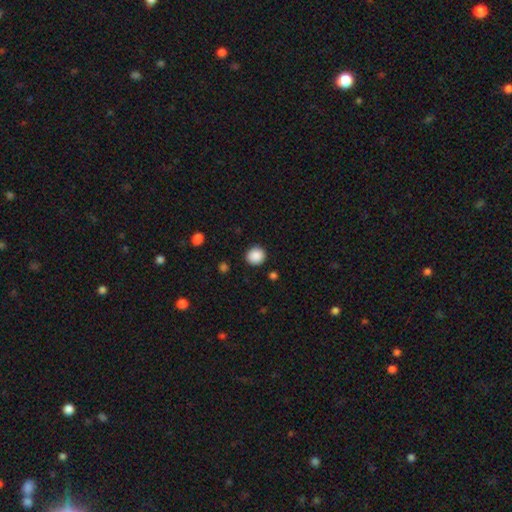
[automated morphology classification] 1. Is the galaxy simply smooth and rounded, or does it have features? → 89% smooth, 9% star or artifact, 3% featured or disk.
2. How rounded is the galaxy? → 89% round, 10% in between, 1% cigar-shaped.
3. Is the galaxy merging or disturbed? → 90% none, 7% minor disturbance, 2% major disturbance, 2% merger.